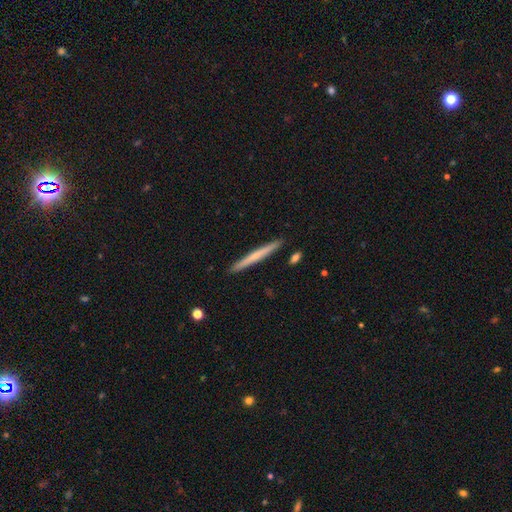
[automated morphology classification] type=smooth (53%); roundness=cigar-shaped (97%); merging=none (91%).